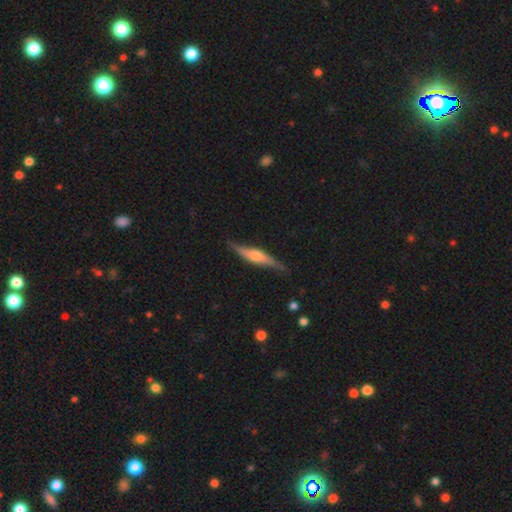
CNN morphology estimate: Smooth or featured? featured or disk (67%)
Edge-on disk? yes (91%)
Edge-on bulge? rounded (80%)
Merging? none (79%)